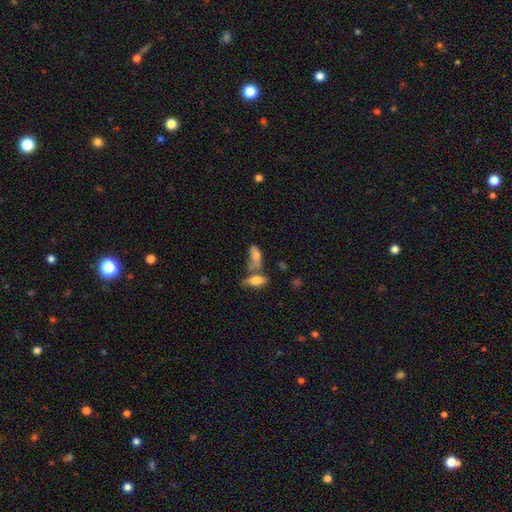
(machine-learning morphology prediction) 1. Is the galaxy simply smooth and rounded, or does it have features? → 69% smooth, 21% featured or disk, 9% star or artifact.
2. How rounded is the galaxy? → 81% in between, 15% cigar-shaped, 4% round.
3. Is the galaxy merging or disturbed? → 43% merger, 33% none, 15% minor disturbance, 9% major disturbance.